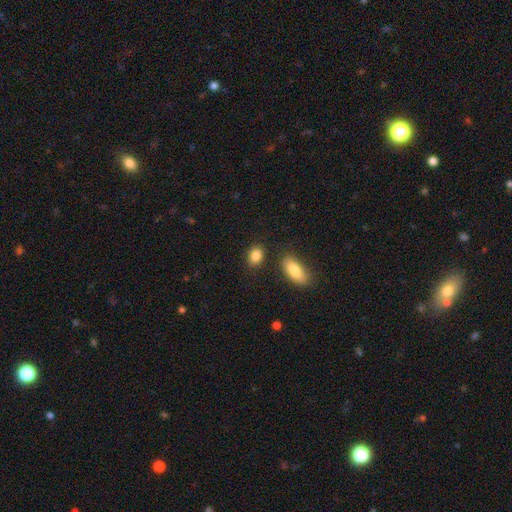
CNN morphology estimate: This appears to be a smooth galaxy with no disk features (86%) that is in between round and cigar-shaped (73%). Merging: none (82%).